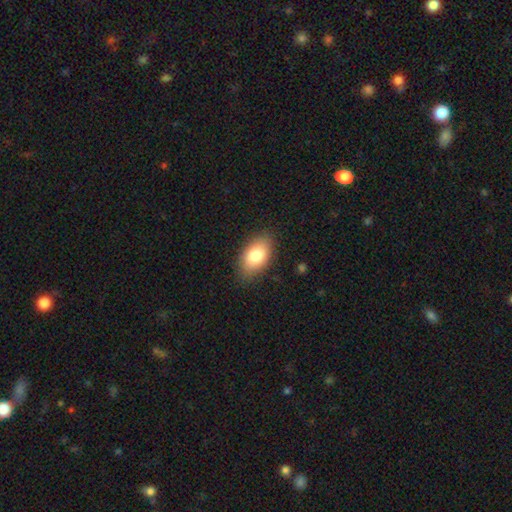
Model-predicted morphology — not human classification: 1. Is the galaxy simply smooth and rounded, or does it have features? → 83% smooth, 11% featured or disk, 7% star or artifact.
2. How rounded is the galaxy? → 93% in between, 5% round, 2% cigar-shaped.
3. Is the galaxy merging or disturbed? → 85% none, 12% minor disturbance, 3% major disturbance, 1% merger.